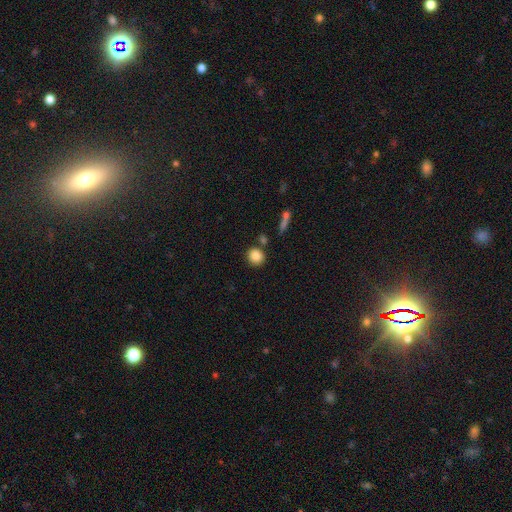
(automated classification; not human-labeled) Overall: smooth (86%). How rounded: round (86%). Merging: none (80%).